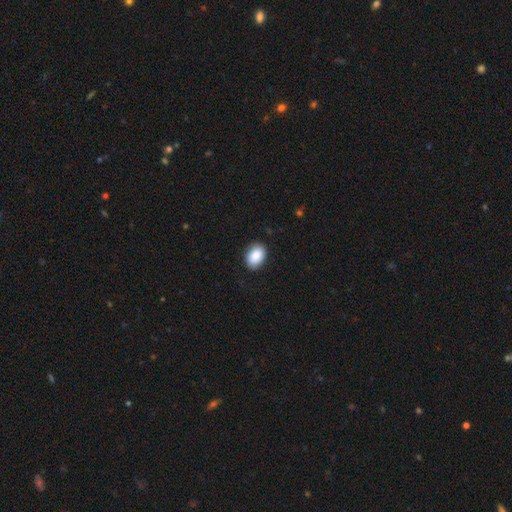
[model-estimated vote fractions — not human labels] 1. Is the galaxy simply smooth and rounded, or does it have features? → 88% smooth, 7% star or artifact, 6% featured or disk.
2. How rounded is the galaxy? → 82% in between, 17% round, 1% cigar-shaped.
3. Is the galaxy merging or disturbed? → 86% none, 11% minor disturbance, 2% major disturbance, 1% merger.